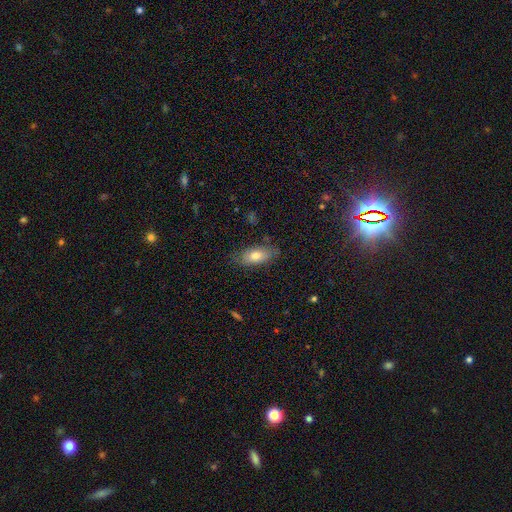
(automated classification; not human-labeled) Morphology: type=smooth (74%); roundness=in between (88%); merging=none (77%).